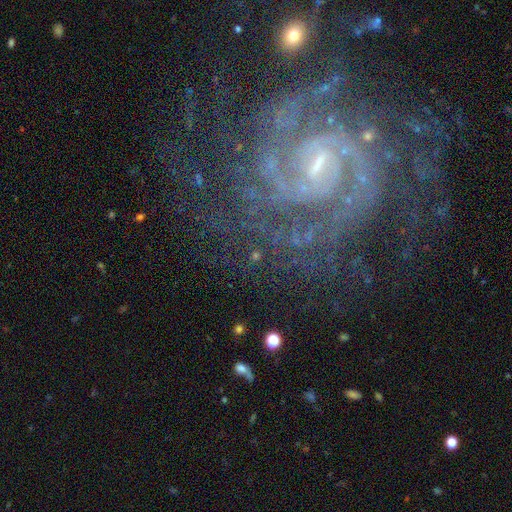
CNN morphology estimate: This appears to be a featured or disk galaxy (56%) with no bar (41%), spiral arms (80%) and a small central bulge (53%). Merging: none (67%).